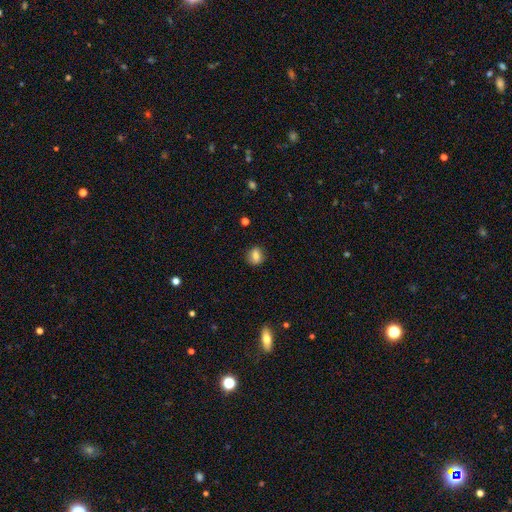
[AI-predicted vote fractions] Q: Smooth or featured?
A: smooth (77%); runner-up: featured or disk (14%)
Q: How rounded?
A: round (57%); runner-up: in between (41%)
Q: Merging?
A: none (84%); runner-up: minor disturbance (12%)